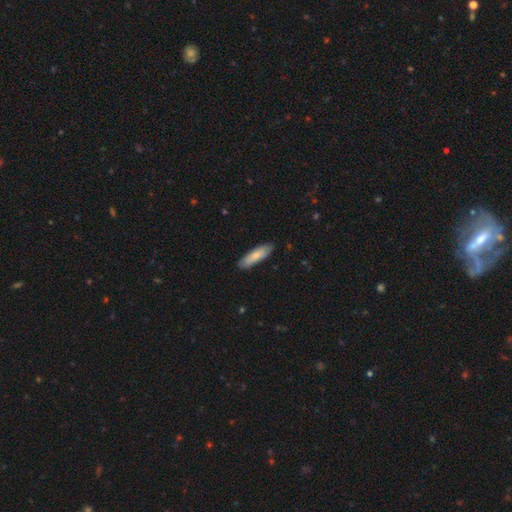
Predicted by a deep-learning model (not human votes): Smooth or featured: smooth — 78% (featured or disk — 17%)
How rounded: cigar-shaped — 62% (in between — 37%)
Merging: none — 86% (minor disturbance — 11%)